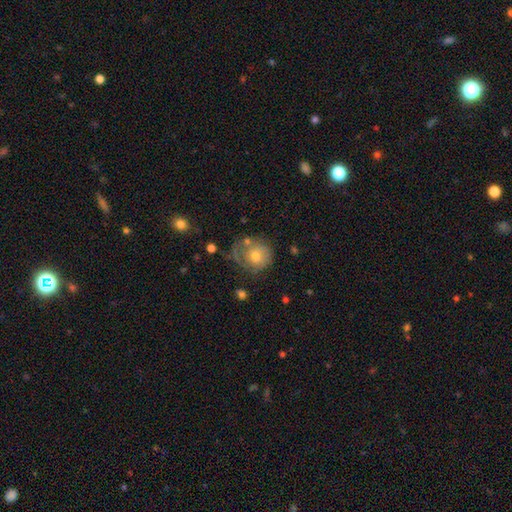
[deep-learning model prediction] smooth-or-featured: smooth: 50% | featured or disk: 41% | star or artifact: 9%
  merging: none: 48% | minor disturbance: 24% | major disturbance: 21% | merger: 7%